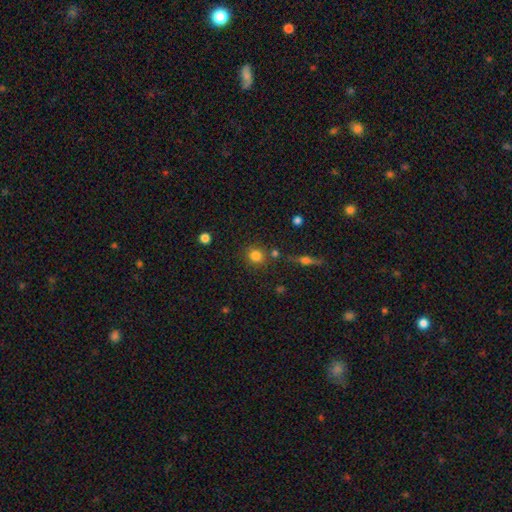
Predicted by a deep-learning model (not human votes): A smooth galaxy with no disk features (81%) that is round (86%). Merging: none (79%).